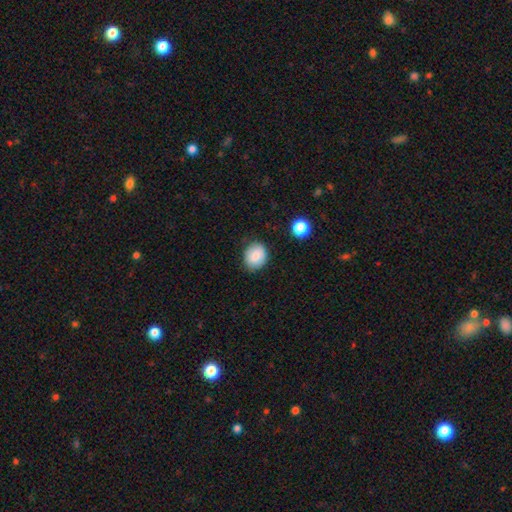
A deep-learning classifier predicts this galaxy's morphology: Smooth or featured? smooth (84%)
How rounded? round (60%)
Merging? none (80%)